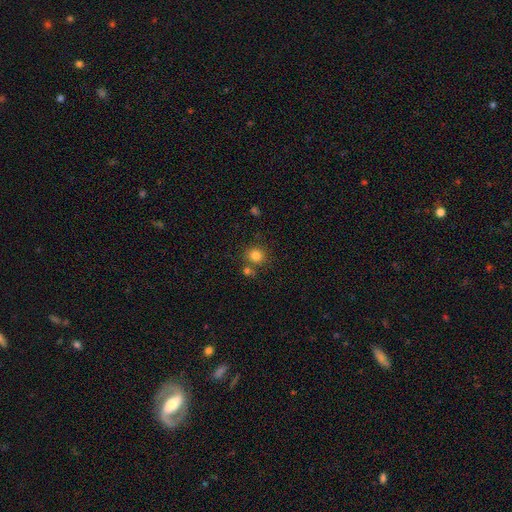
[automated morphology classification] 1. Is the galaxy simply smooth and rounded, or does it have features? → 83% smooth, 11% star or artifact, 6% featured or disk.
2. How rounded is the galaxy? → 86% round, 13% in between, 1% cigar-shaped.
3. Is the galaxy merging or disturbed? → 72% none, 15% merger, 10% minor disturbance, 3% major disturbance.